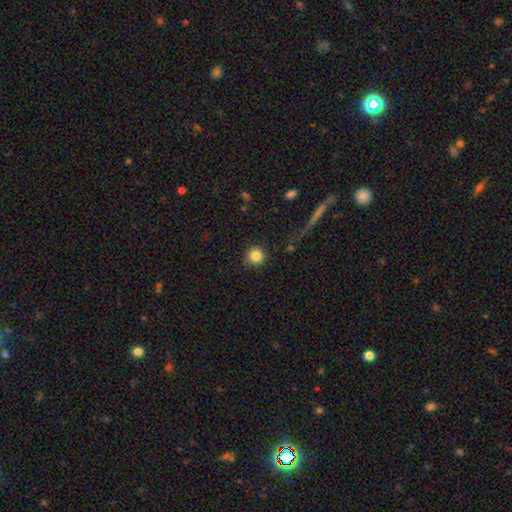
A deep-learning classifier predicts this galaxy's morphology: This appears to be a smooth galaxy with no disk features (85%) that is round (95%). Merging: none (90%).